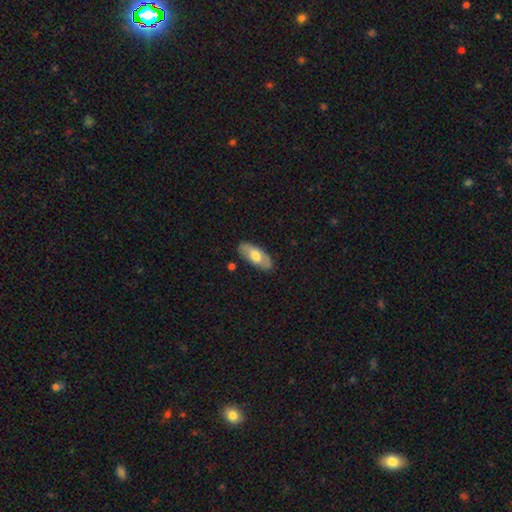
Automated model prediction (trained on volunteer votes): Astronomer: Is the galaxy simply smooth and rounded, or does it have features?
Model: smooth — 59% (runner-up: featured or disk, 36%).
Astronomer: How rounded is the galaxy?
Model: in between — 86%.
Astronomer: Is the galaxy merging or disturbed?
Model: none — 85%.